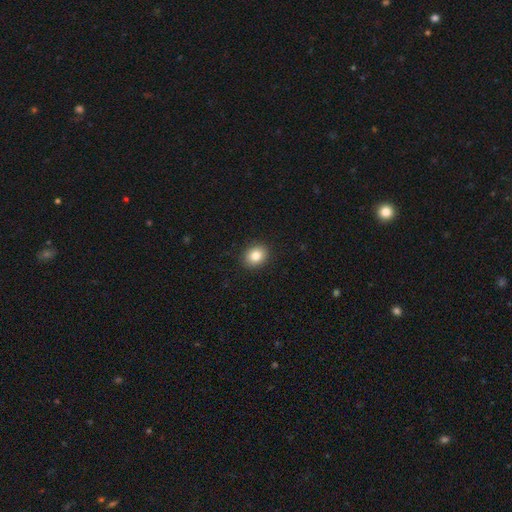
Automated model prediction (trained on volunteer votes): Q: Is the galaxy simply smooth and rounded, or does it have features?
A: smooth — 84%.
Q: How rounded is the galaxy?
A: round — 57%.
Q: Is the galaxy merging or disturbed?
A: none — 91%.